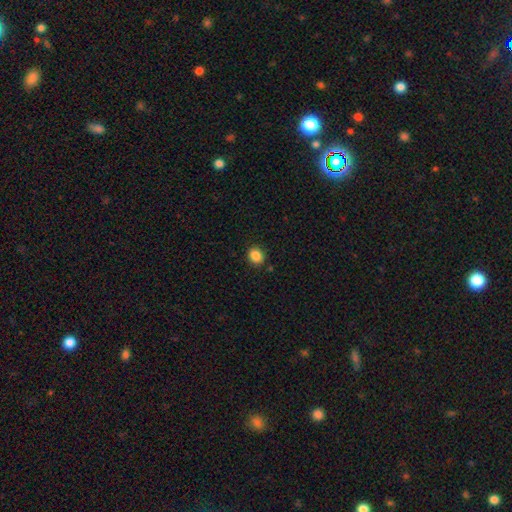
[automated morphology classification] A smooth galaxy with no disk features (87%) that is round (67%).

Vote fractions:
- Smooth or featured? smooth: 87% / star or artifact: 10% / featured or disk: 4%
- How rounded? round: 67% / in between: 32% / cigar-shaped: 1%
- Merging? none: 89% / minor disturbance: 7% / major disturbance: 2% / merger: 1%